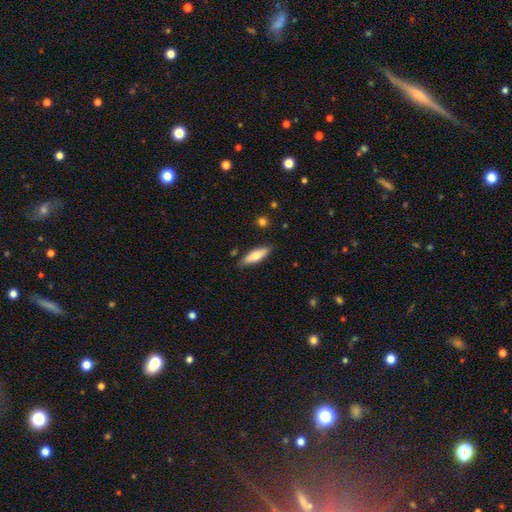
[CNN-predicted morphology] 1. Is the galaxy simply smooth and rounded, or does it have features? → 74% smooth, 20% featured or disk, 6% star or artifact.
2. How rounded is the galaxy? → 52% cigar-shaped, 46% in between, 2% round.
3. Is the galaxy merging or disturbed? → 84% none, 12% minor disturbance, 2% major disturbance, 2% merger.